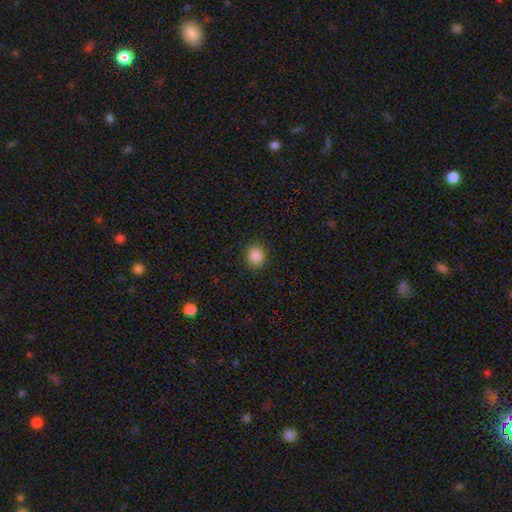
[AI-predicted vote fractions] Smooth or featured?
  - smooth: 87% *
  - star or artifact: 10%
  - featured or disk: 3%
How rounded?
  - round: 76% *
  - in between: 23%
  - cigar-shaped: 1%
Merging?
  - none: 90% *
  - minor disturbance: 6%
  - major disturbance: 2%
  - merger: 1%